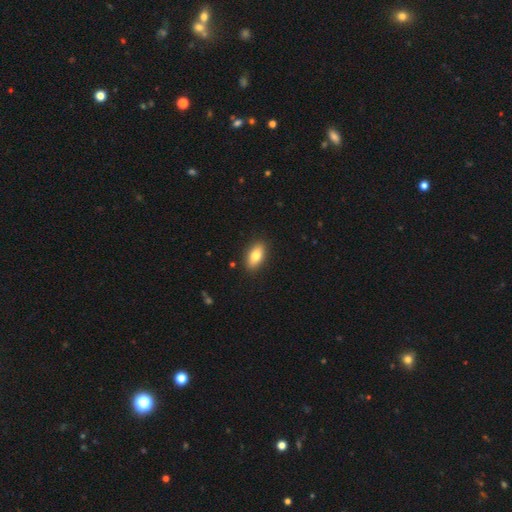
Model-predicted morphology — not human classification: smooth-or-featured: smooth: 78% | featured or disk: 15% | star or artifact: 7%
  how-rounded: in between: 87% | cigar-shaped: 8% | round: 5%
  merging: none: 89% | minor disturbance: 8% | major disturbance: 2% | merger: 1%